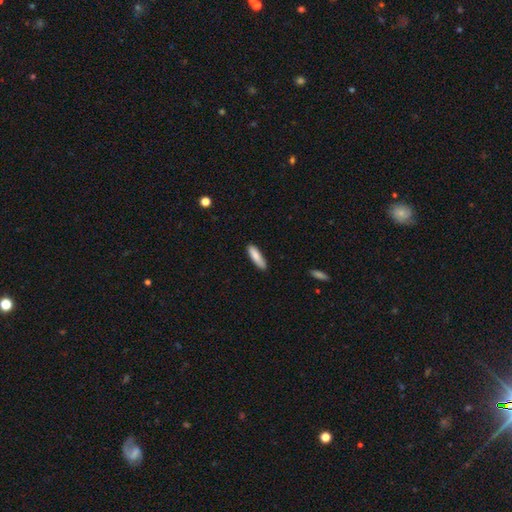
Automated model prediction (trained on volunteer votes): The model was most divided on "how rounded": cigar-shaped: 61%, in between: 37%, round: 1%. More confident: smooth or featured — smooth (85%); merging — none (82%).